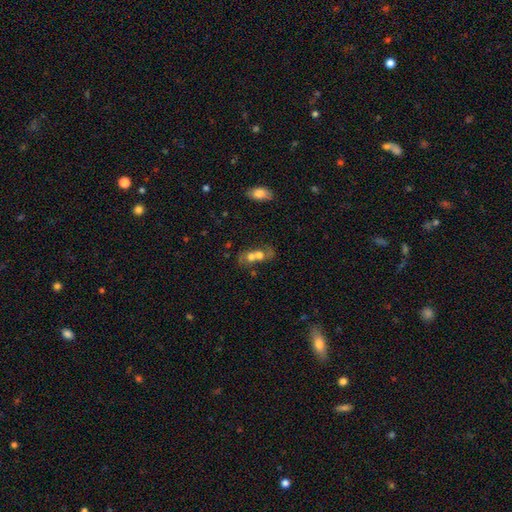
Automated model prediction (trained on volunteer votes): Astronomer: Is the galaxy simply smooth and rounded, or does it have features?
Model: smooth — 61%.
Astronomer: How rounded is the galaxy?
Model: round — 51% (runner-up: in between, 46%).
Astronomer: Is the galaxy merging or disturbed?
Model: merger — 68%.